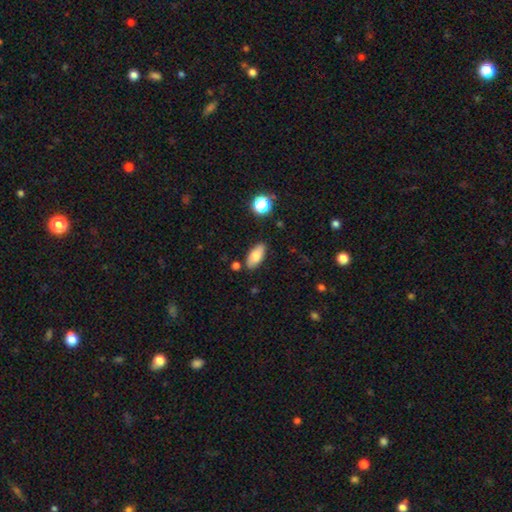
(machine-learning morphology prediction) A smooth galaxy with no disk features (78%) that is in between round and cigar-shaped (87%). Merging: none (82%).